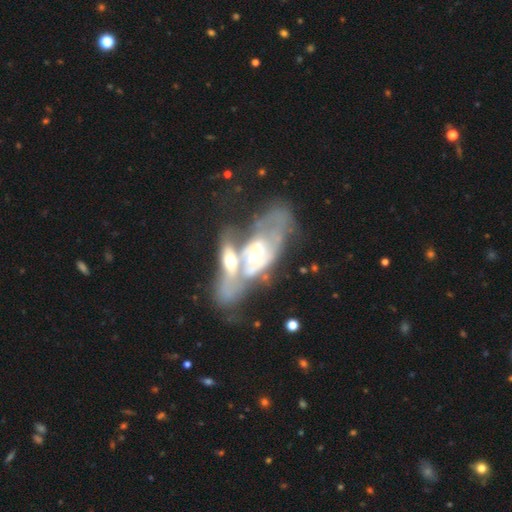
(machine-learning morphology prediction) A featured or disk galaxy (76%) with no bar (67%), spiral arms (61%) and a moderate central bulge (57%). Merging: merger (66%).